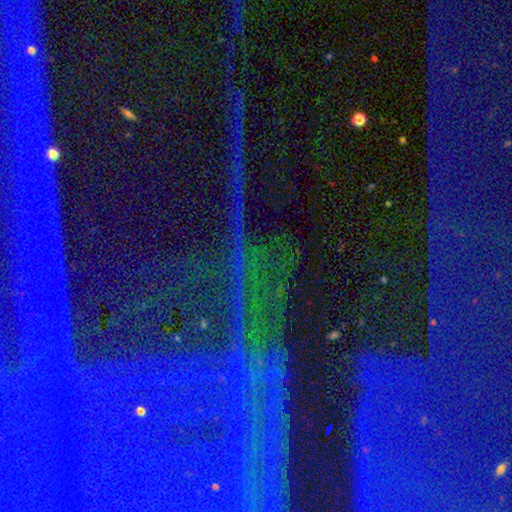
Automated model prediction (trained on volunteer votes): star or artifact 80%, featured or disk 11%, smooth 9%.